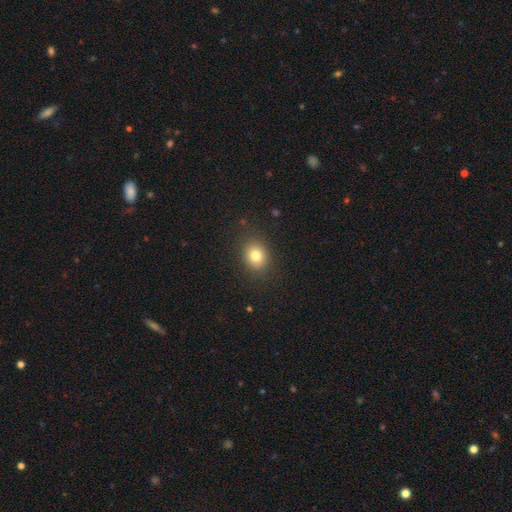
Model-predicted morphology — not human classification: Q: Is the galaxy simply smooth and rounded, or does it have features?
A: smooth — 79%.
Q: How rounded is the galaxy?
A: round — 60%.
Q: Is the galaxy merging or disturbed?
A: none — 86%.